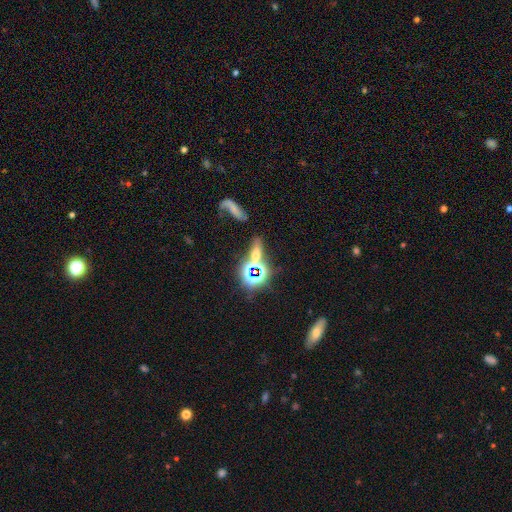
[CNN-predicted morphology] Smooth or featured? star or artifact (45%)